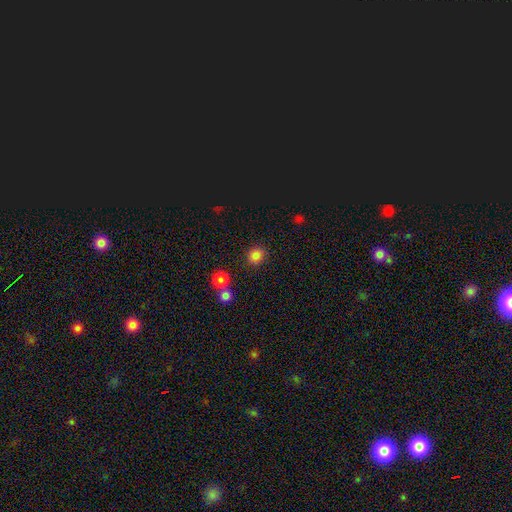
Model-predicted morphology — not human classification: Smooth or featured? smooth (82%)
How rounded? round (77%)
Merging? none (84%)